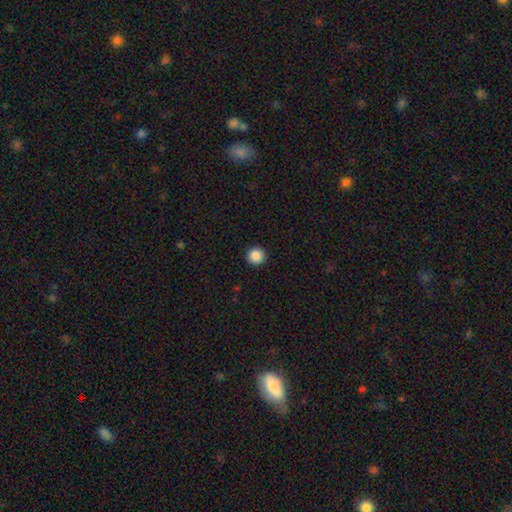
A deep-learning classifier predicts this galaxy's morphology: Smooth or featured? smooth (88%)
How rounded? round (96%)
Merging? none (93%)